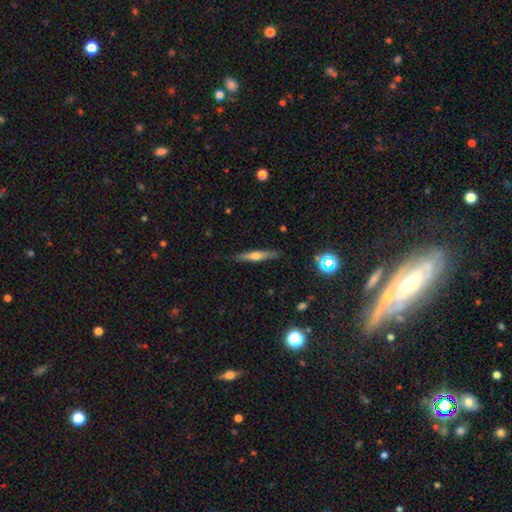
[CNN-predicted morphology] This appears to be a featured or disk galaxy (50%). Merging: none (85%).